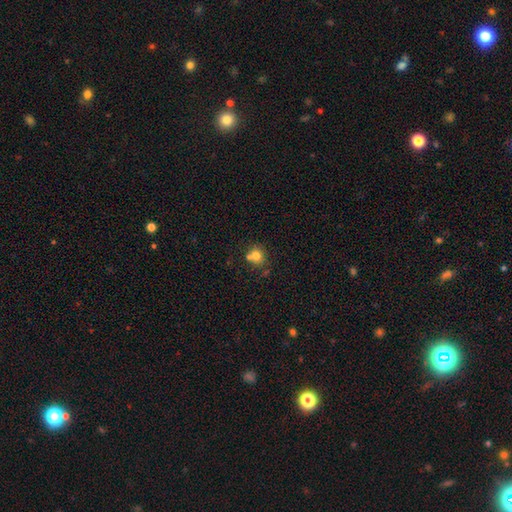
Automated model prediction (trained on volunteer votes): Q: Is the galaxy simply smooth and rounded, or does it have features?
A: smooth — 76%.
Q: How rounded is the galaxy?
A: round — 84%.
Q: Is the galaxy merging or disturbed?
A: none — 57%.